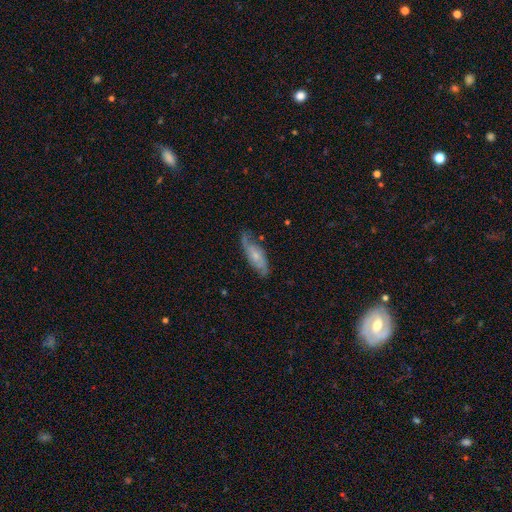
Morphology: type=featured or disk (74%); edge-on=no (90%); bar=no (73%); spiral arms=yes (96%); winding=loose (56%); arm count=2 (92%); bulge=small (58%); merging=none (61%).